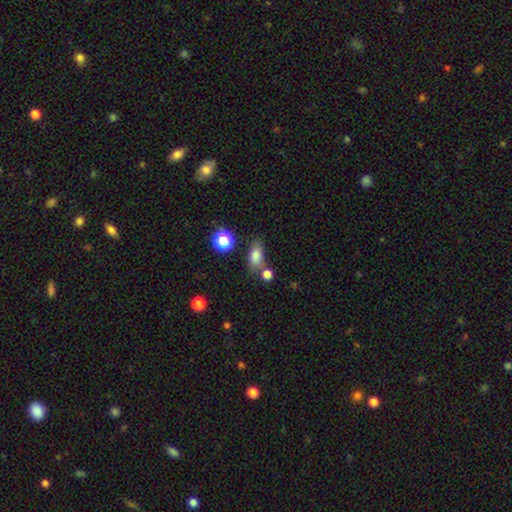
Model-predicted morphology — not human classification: The model was most divided on "merging": none: 61%, merger: 17%, minor disturbance: 16%, major disturbance: 6%. More confident: smooth or featured — smooth (78%); how rounded — in between (75%).